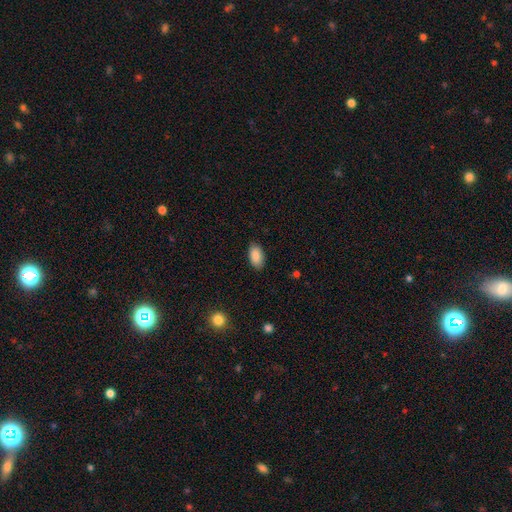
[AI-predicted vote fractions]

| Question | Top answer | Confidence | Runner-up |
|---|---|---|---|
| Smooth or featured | smooth | 88% | star or artifact (7%) |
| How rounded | in between | 94% | round (3%) |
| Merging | none | 86% | minor disturbance (10%) |